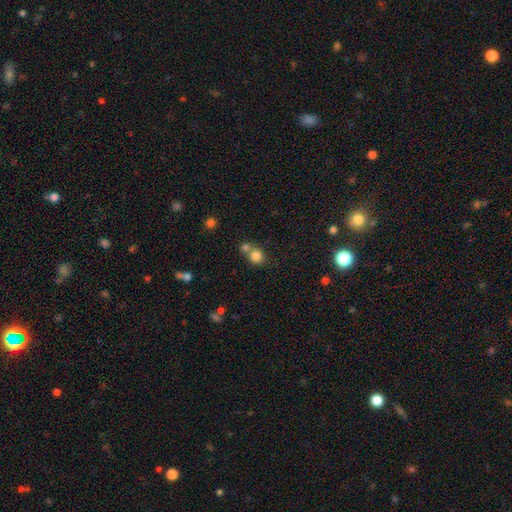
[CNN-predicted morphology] Overall: smooth (81%). How rounded: round (83%). Merging: none (49%; merger 41%).